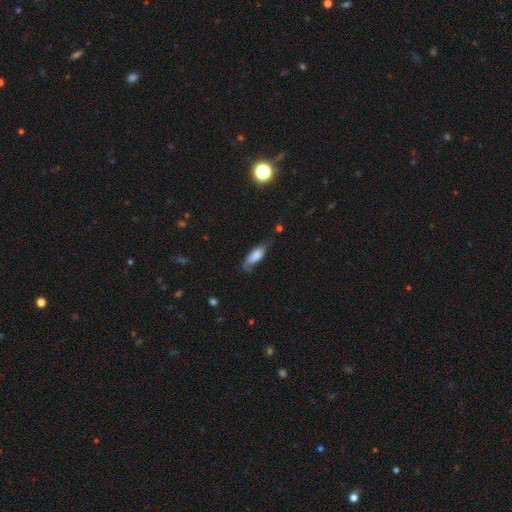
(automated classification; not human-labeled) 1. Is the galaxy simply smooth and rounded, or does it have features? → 65% smooth, 27% featured or disk, 8% star or artifact.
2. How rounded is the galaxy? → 72% in between, 25% cigar-shaped, 3% round.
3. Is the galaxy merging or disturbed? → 44% none, 36% minor disturbance, 18% major disturbance, 3% merger.